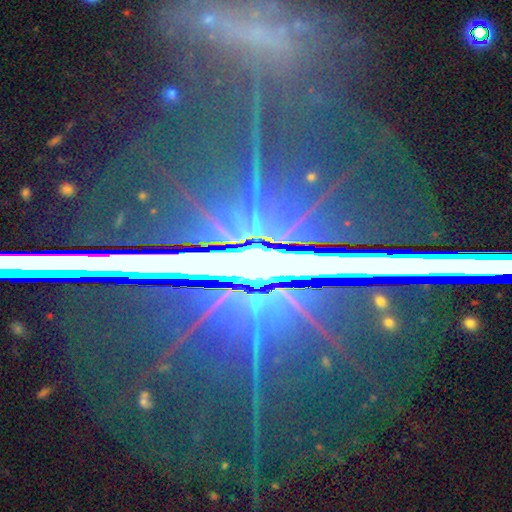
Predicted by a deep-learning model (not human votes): star or artifact 83%, featured or disk 11%, smooth 6%.